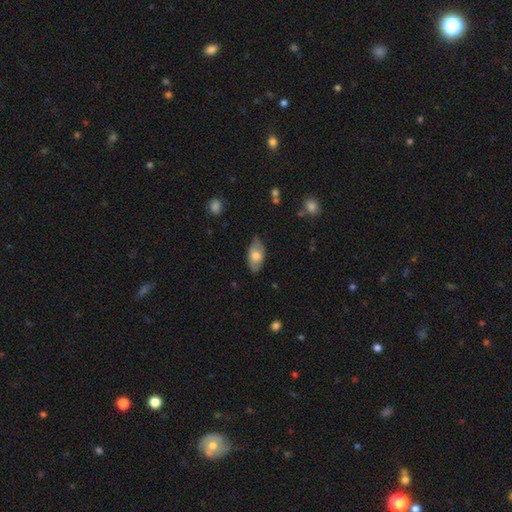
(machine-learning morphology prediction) Q: Smooth or featured?
A: smooth (62%); runner-up: featured or disk (32%)
Q: How rounded?
A: in between (92%); runner-up: round (5%)
Q: Merging?
A: none (75%); runner-up: minor disturbance (20%)